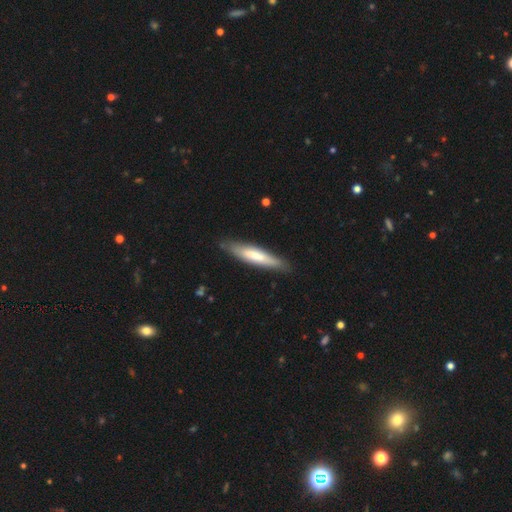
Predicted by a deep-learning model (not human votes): smooth 58%, featured or disk 37%, star or artifact 5%. Down the decision tree: how rounded — cigar-shaped (83%); merging — none (83%).